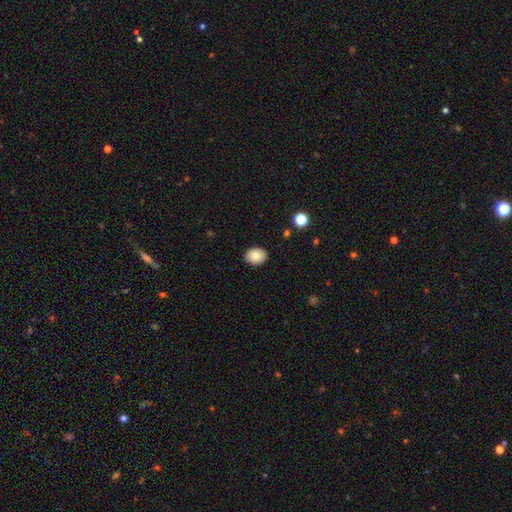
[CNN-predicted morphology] smooth_or_featured: smooth (p=0.83) [alt: featured or disk p=0.09]
how_rounded: in between (p=0.60) [alt: round p=0.40]
merging: none (p=0.89) [alt: minor disturbance p=0.08]